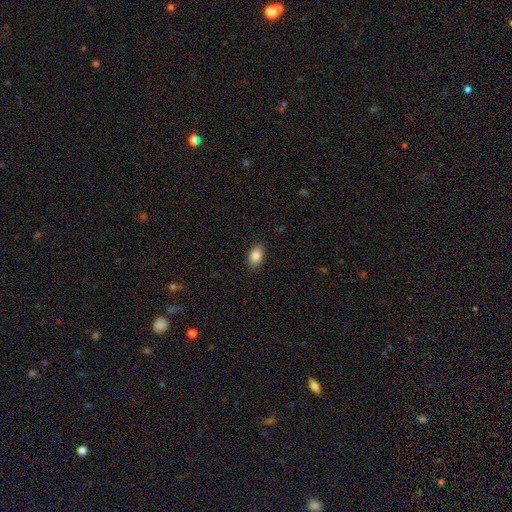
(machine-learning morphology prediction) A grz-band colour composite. It shows a smooth galaxy with no disk features (85%) that is in between round and cigar-shaped (89%). Merging: none (88%).